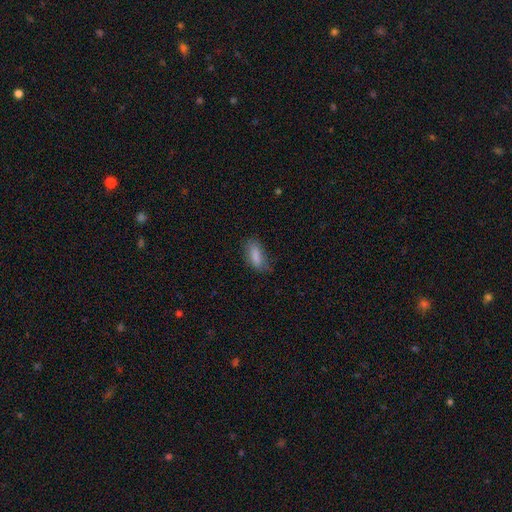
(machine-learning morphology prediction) smooth_or_featured: smooth (p=0.81) [alt: featured or disk p=0.11]
how_rounded: in between (p=0.74) [alt: cigar-shaped p=0.23]
merging: none (p=0.65) [alt: minor disturbance p=0.25]